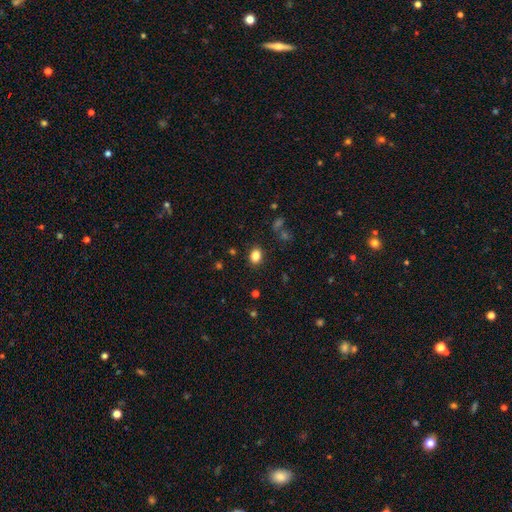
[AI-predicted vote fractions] Smooth or featured?
  - smooth: 84% *
  - star or artifact: 11%
  - featured or disk: 5%
How rounded?
  - in between: 61% *
  - round: 38%
  - cigar-shaped: 1%
Merging?
  - none: 87% *
  - minor disturbance: 9%
  - major disturbance: 3%
  - merger: 2%